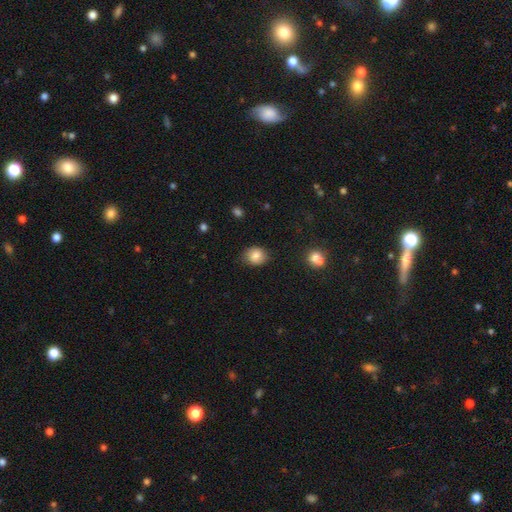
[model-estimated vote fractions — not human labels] Q: Smooth or featured?
A: smooth (82%); runner-up: star or artifact (9%)
Q: How rounded?
A: round (63%); runner-up: in between (36%)
Q: Merging?
A: none (80%); runner-up: minor disturbance (15%)